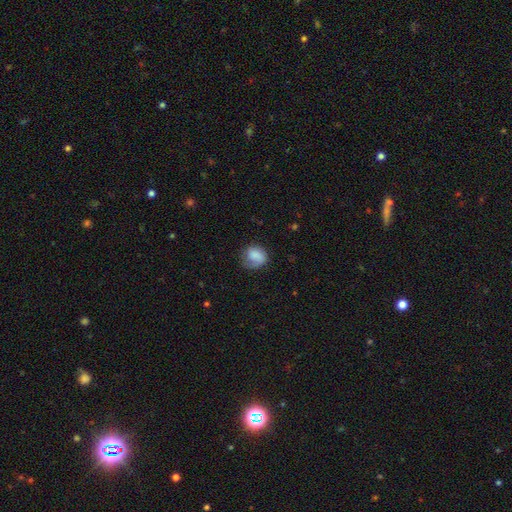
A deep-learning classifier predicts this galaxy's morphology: Overall: smooth (71%). How rounded: round (67%; in between 32%). Merging: none (53%; minor disturbance 26%).